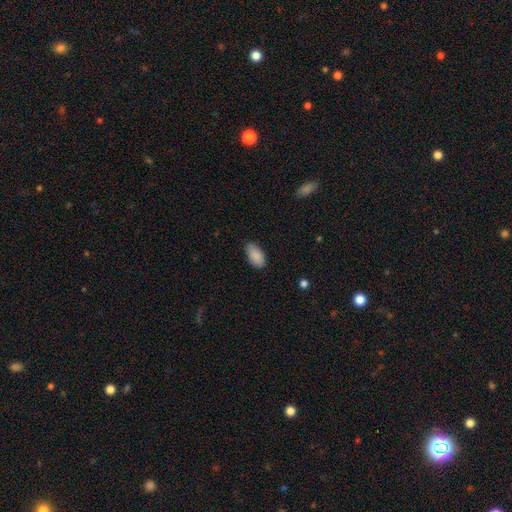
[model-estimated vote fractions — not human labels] This appears to be a smooth galaxy with no disk features (89%) that is in between round and cigar-shaped (94%). Merging: none (81%).